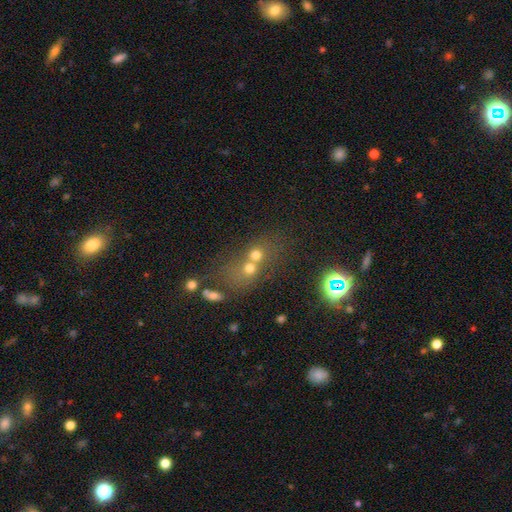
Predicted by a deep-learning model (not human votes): Smooth or featured? Predicted: smooth (p=0.59). How rounded? Predicted: round (p=0.71). Merging? Predicted: merger (p=0.60).